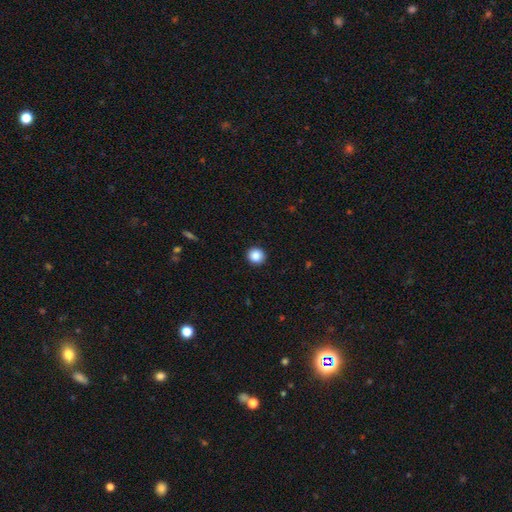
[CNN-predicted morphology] Q: Smooth or featured?
A: smooth (87%); runner-up: star or artifact (9%)
Q: How rounded?
A: round (95%); runner-up: in between (4%)
Q: Merging?
A: none (93%); runner-up: minor disturbance (4%)